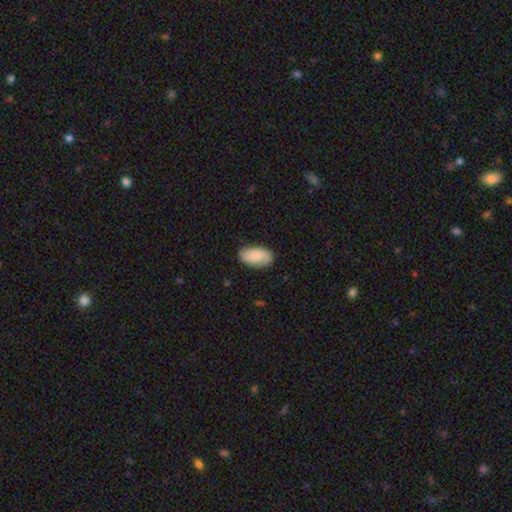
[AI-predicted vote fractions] Overall: smooth (77%). How rounded: in between (94%). Merging: none (80%).